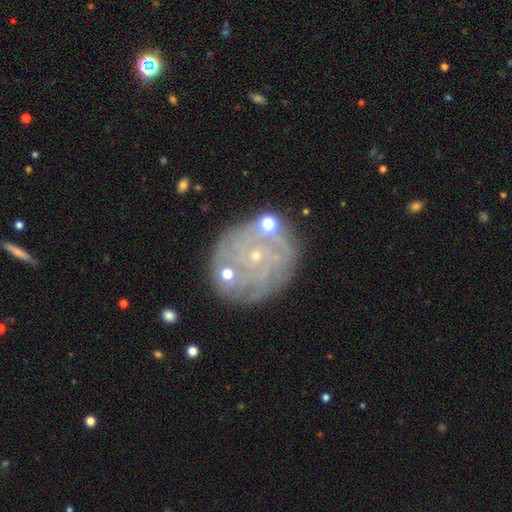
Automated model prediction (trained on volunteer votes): Smooth or featured? Predicted: featured or disk (p=0.74). Edge-on disk? Predicted: no (p=0.97). Bar? Predicted: no (p=0.79). Spiral arms? Predicted: yes (p=0.85). Spiral winding? Predicted: tight (p=0.76). Spiral arm count? Predicted: can't tell (p=0.44). Bulge size? Predicted: small (p=0.87). Merging? Predicted: none (p=0.75).